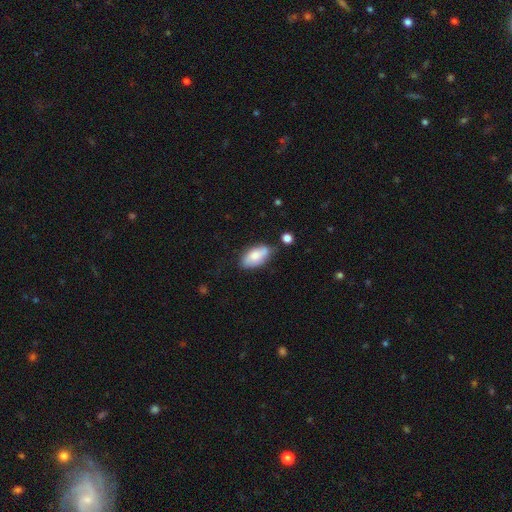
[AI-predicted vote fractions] This appears to be a smooth galaxy with no disk features (74%) that is in between round and cigar-shaped (93%). Merging: none (67%).